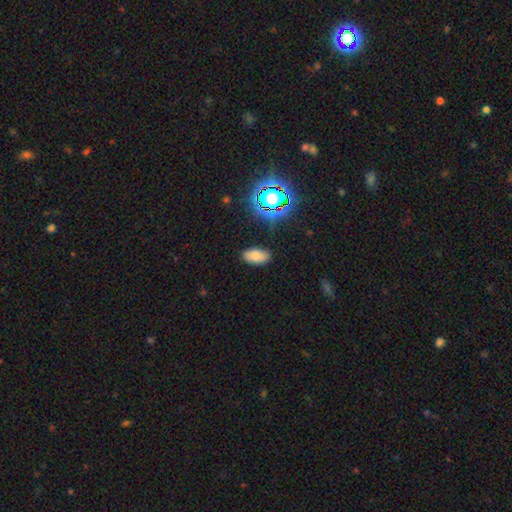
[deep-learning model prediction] smooth-or-featured: smooth: 77% | star or artifact: 15% | featured or disk: 8%
  how-rounded: in between: 93% | round: 4% | cigar-shaped: 3%
  merging: none: 85% | minor disturbance: 11% | major disturbance: 3% | merger: 2%